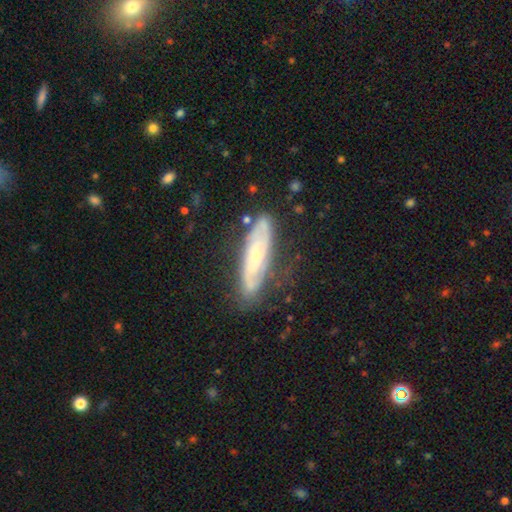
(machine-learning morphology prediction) type=featured or disk (67%); edge-on=no (70%); merging=none (73%).